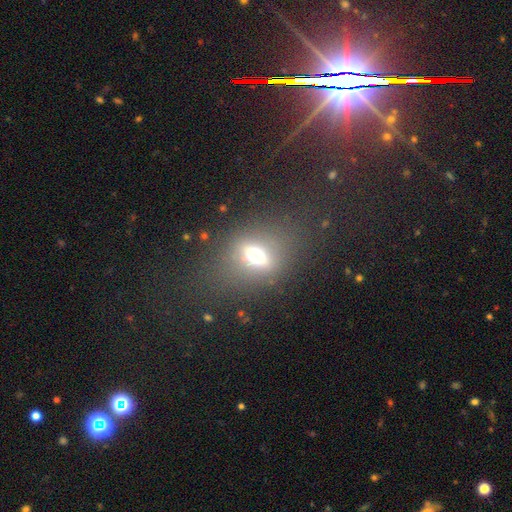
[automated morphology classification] Q: Smooth or featured?
A: smooth (54%); runner-up: featured or disk (29%)
Q: How rounded?
A: in between (65%); runner-up: round (25%)
Q: Merging?
A: none (74%); runner-up: minor disturbance (12%)